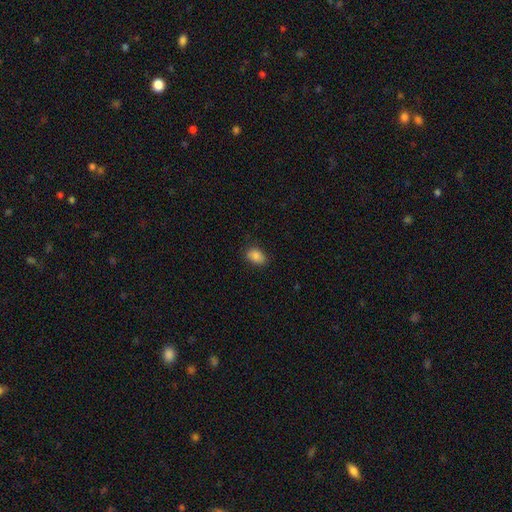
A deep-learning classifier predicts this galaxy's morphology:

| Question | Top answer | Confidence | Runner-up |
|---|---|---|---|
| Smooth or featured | smooth | 85% | star or artifact (9%) |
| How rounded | in between | 80% | round (18%) |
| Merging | none | 79% | minor disturbance (17%) |